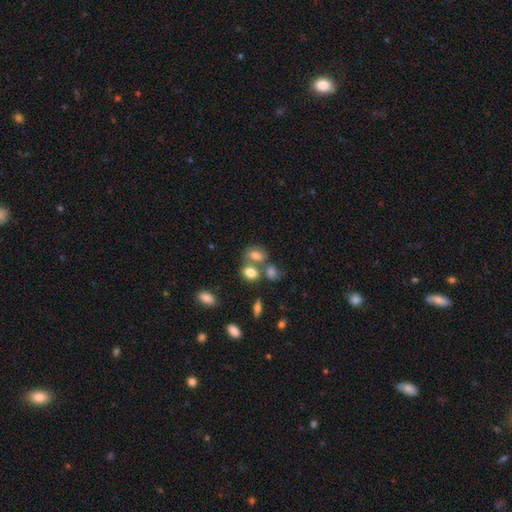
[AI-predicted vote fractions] smooth-or-featured: smooth: 75% | featured or disk: 13% | star or artifact: 12%
  how-rounded: in between: 78% | round: 20% | cigar-shaped: 2%
  merging: none: 41% | merger: 40% | minor disturbance: 13% | major disturbance: 6%